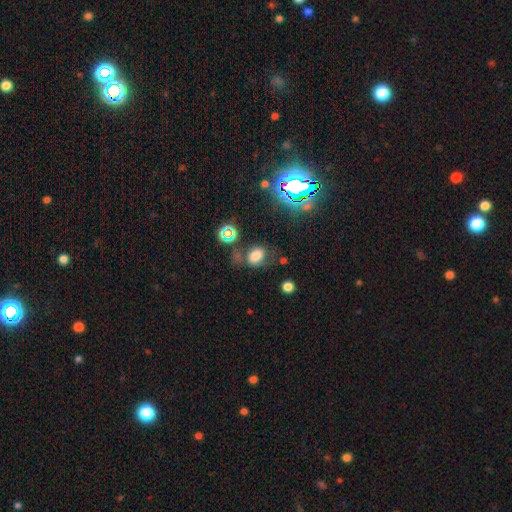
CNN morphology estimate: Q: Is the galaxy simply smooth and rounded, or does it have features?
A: smooth — 67%.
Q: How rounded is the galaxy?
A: in between — 70%.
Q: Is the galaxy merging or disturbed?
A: none — 59%.